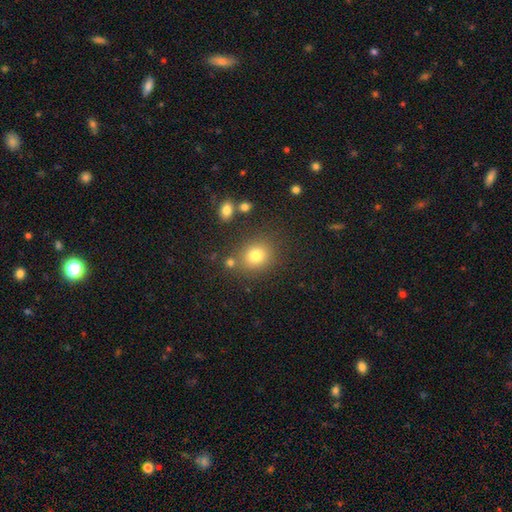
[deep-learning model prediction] smooth-or-featured: smooth: 79% | star or artifact: 13% | featured or disk: 8%
  how-rounded: round: 70% | in between: 29% | cigar-shaped: 1%
  merging: none: 77% | minor disturbance: 11% | merger: 7% | major disturbance: 5%